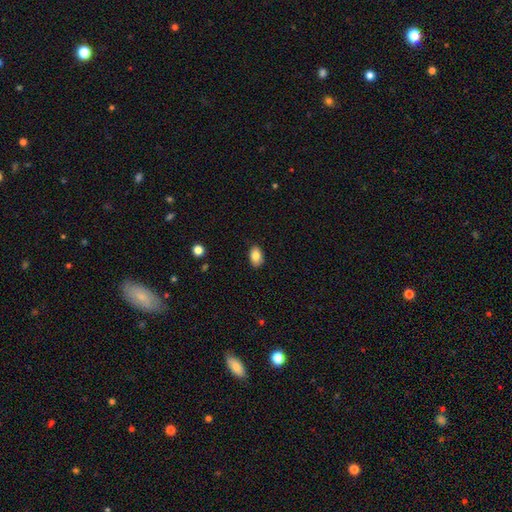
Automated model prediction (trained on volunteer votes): The model was most divided on "merging": none: 85%, minor disturbance: 11%, major disturbance: 2%, merger: 1%. More confident: how rounded — in between (89%); smooth or featured — smooth (84%).